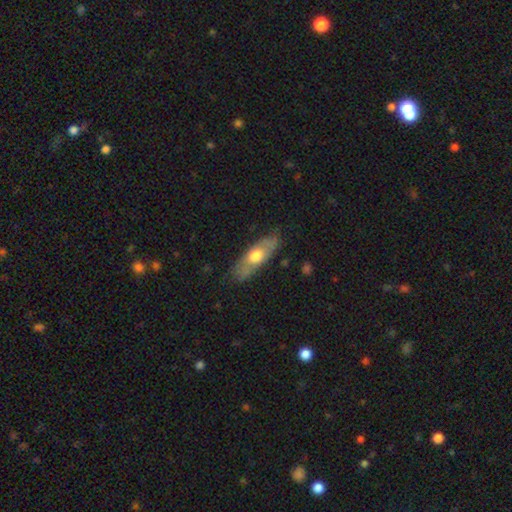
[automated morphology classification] A smooth galaxy with no disk features (52%) that is in between round and cigar-shaped (59%). Merging: none (74%).